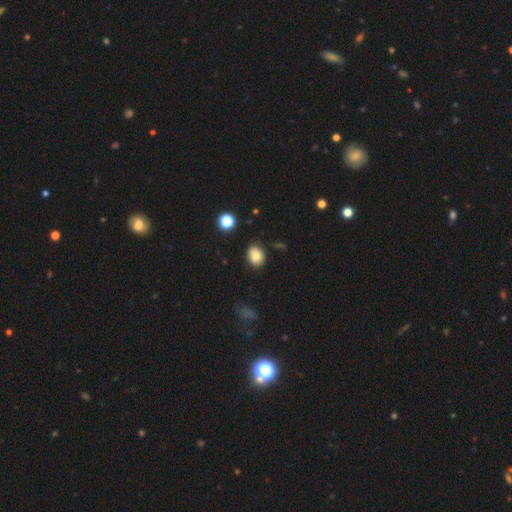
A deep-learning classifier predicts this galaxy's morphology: This is clearly a smooth galaxy (83%). How rounded: possibly in between (55%). Merging: clearly none (84%).